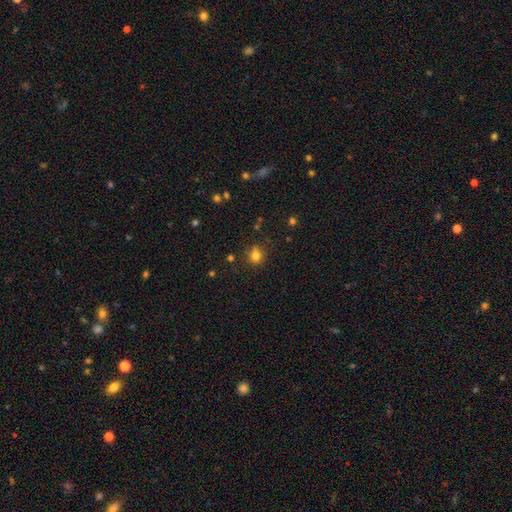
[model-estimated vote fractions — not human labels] A smooth galaxy with no disk features (76%) that is round (69%).

Vote fractions:
- Smooth or featured? smooth: 76% / star or artifact: 16% / featured or disk: 8%
- How rounded? round: 69% / in between: 29% / cigar-shaped: 1%
- Merging? none: 70% / minor disturbance: 18% / merger: 6% / major disturbance: 5%